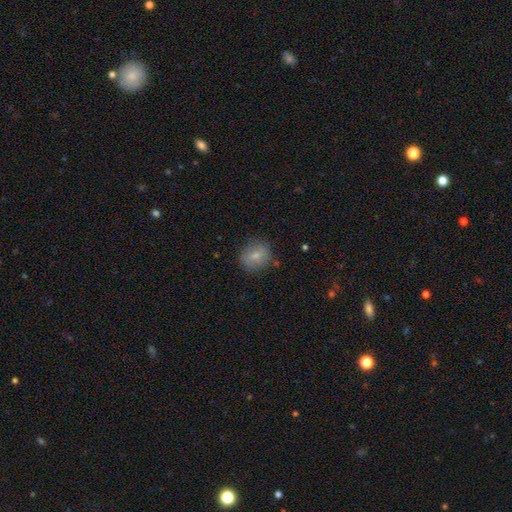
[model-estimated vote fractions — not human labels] smooth 75%, featured or disk 17%, star or artifact 9%. Down the decision tree: how rounded — round (60%); merging — none (81%).